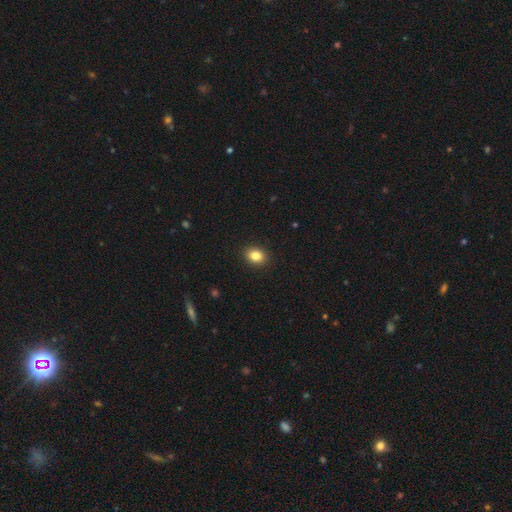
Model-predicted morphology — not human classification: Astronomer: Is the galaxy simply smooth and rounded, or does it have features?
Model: smooth — 84%.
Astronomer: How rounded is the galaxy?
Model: in between — 53% (runner-up: round, 46%).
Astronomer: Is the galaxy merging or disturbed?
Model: none — 91%.